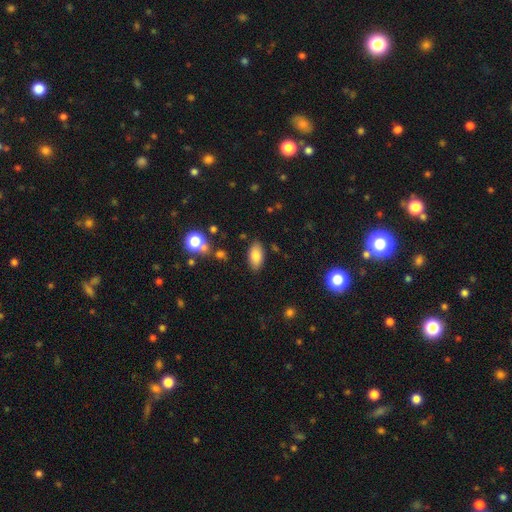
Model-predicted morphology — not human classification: A smooth galaxy with no disk features (84%) that is in between round and cigar-shaped (92%). Merging: none (84%).